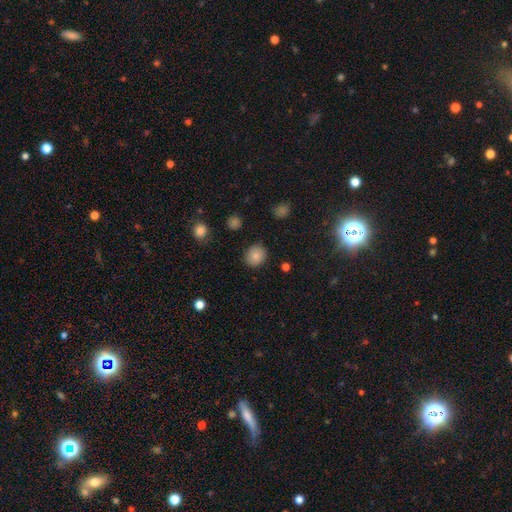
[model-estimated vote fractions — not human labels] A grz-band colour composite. It shows a smooth galaxy with no disk features (83%) that is round (85%). Merging: none (87%).